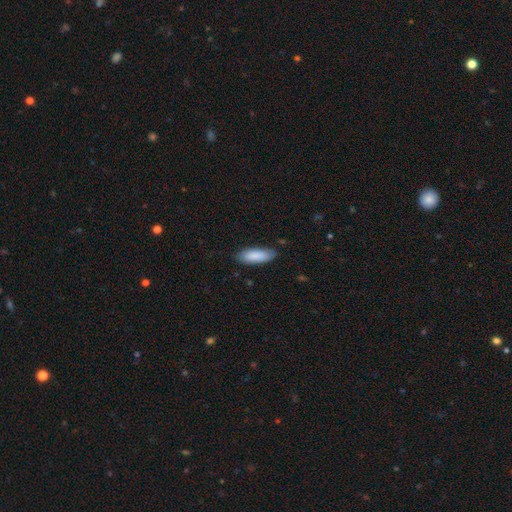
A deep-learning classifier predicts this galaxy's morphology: smooth_or_featured: smooth (p=0.88) [alt: featured or disk p=0.06]
how_rounded: in between (p=0.66) [alt: cigar-shaped p=0.32]
merging: none (p=0.82) [alt: minor disturbance p=0.14]